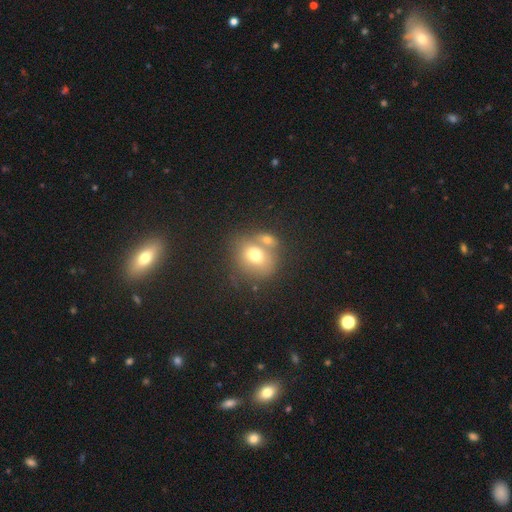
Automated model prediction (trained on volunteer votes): The model was most divided on "merging": merger: 43%, none: 40%, minor disturbance: 11%, major disturbance: 6%. More confident: smooth or featured — smooth (69%); how rounded — round (62%).